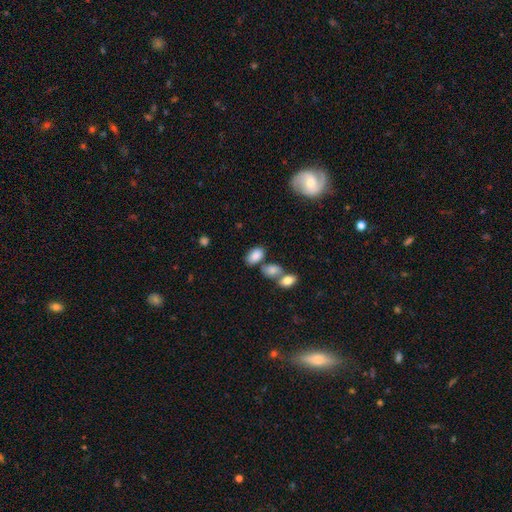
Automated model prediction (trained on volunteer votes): This appears to be a smooth galaxy with no disk features (84%) that is in between round and cigar-shaped (91%). Merging: none (60%).